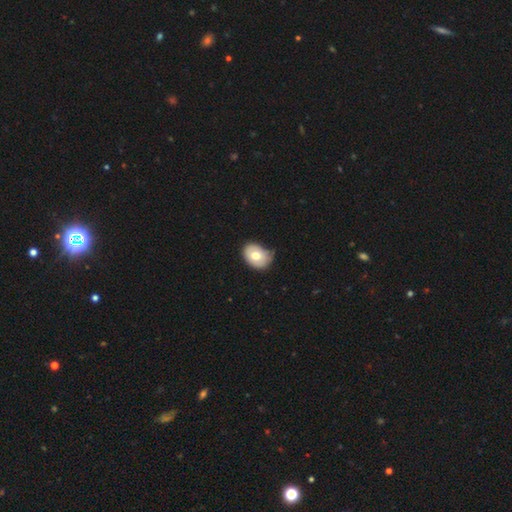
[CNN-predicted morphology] This appears to be a smooth galaxy with no disk features (66%) that is in between round and cigar-shaped (64%). Merging: none (57%).